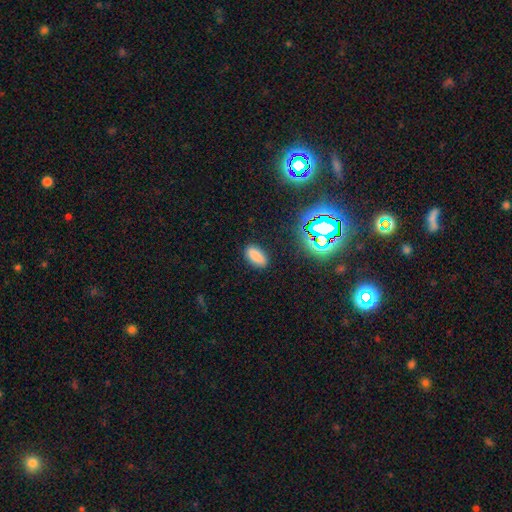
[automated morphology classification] This is likely a smooth galaxy (79%). How rounded: clearly in between (91%). Merging: clearly none (86%).